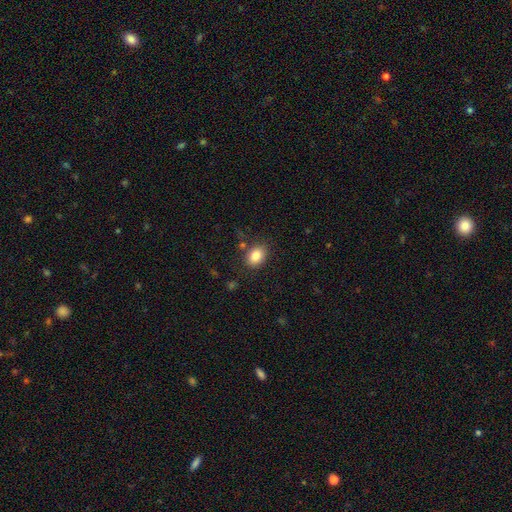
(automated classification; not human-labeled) Smooth or featured?
  - smooth: 85% *
  - star or artifact: 9%
  - featured or disk: 6%
How rounded?
  - in between: 70% *
  - round: 29%
  - cigar-shaped: 1%
Merging?
  - none: 80% *
  - minor disturbance: 12%
  - merger: 4%
  - major disturbance: 4%